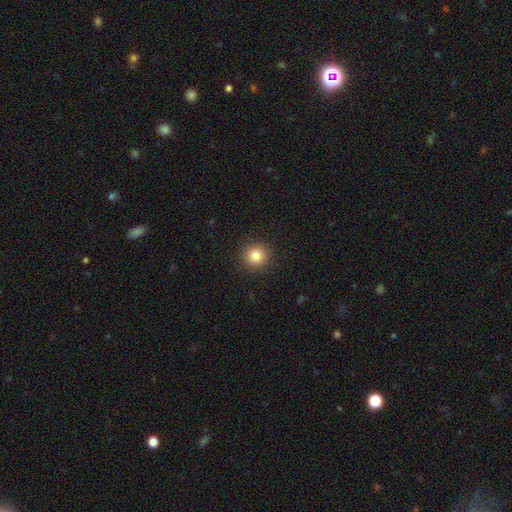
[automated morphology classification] Smooth or featured? Predicted: smooth (p=0.83). How rounded? Predicted: round (p=0.94). Merging? Predicted: none (p=0.92).